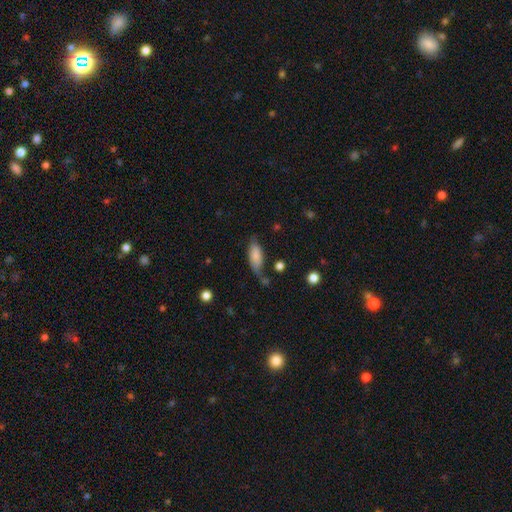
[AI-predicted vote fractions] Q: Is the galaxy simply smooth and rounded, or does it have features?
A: smooth — 78%.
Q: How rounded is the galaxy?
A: in between — 80%.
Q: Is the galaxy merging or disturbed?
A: none — 48%.